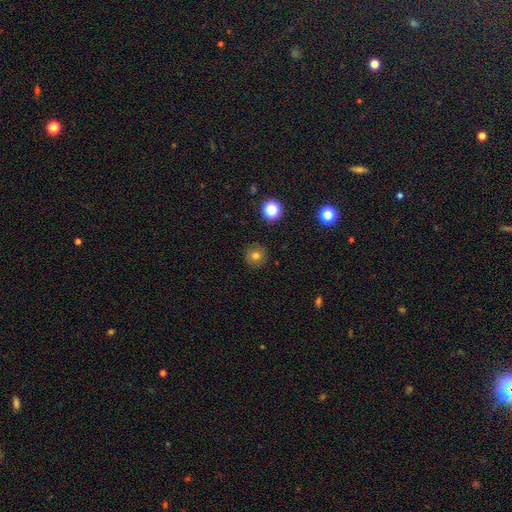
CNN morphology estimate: A smooth galaxy with no disk features (74%) that is round (94%). Merging: none (88%).